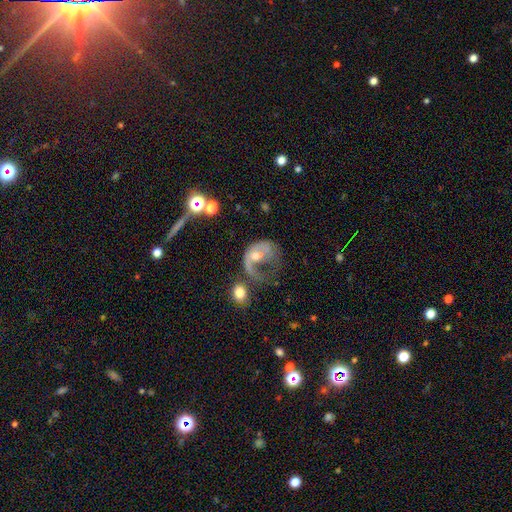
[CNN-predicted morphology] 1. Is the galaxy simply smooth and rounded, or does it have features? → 62% featured or disk, 28% smooth, 9% star or artifact.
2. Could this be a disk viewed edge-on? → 97% no, 3% yes.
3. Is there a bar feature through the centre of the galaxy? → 72% no, 23% weak, 5% strong.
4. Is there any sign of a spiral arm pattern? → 58% yes, 42% no.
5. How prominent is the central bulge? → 49% moderate, 38% small, 7% none, 4% large, 2% dominant.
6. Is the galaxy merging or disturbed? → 58% major disturbance, 17% none, 13% minor disturbance, 12% merger.